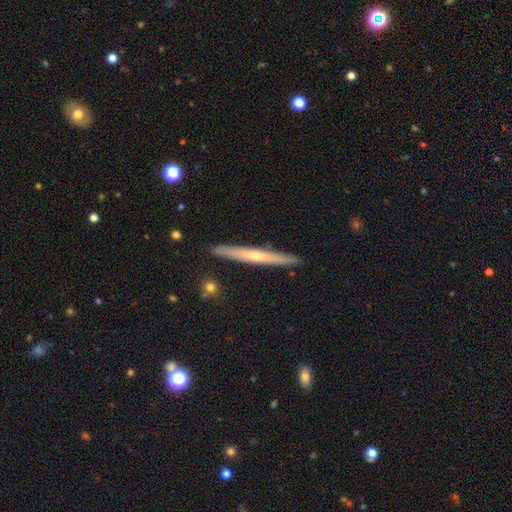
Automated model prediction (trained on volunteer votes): A featured or disk galaxy (60%) viewed edge-on (95%) with a rounded central bulge (60%).

Vote fractions:
- Smooth or featured? featured or disk: 60% / smooth: 34% / star or artifact: 6%
- Edge-on disk? yes: 95% / no: 5%
- Edge-on bulge? rounded: 60% / none: 37% / boxy: 3%
- Merging? none: 91% / minor disturbance: 7% / major disturbance: 1% / merger: 1%